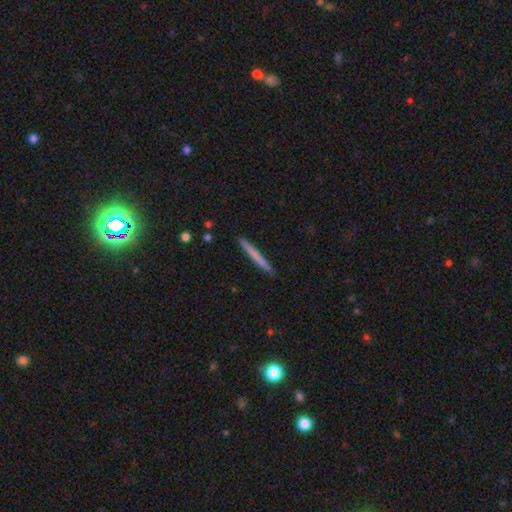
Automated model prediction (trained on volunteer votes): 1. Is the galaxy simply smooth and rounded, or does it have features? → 66% smooth, 29% featured or disk, 6% star or artifact.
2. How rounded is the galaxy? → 97% cigar-shaped, 2% in between, 1% round.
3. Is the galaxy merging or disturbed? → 92% none, 6% minor disturbance, 1% major disturbance, 1% merger.